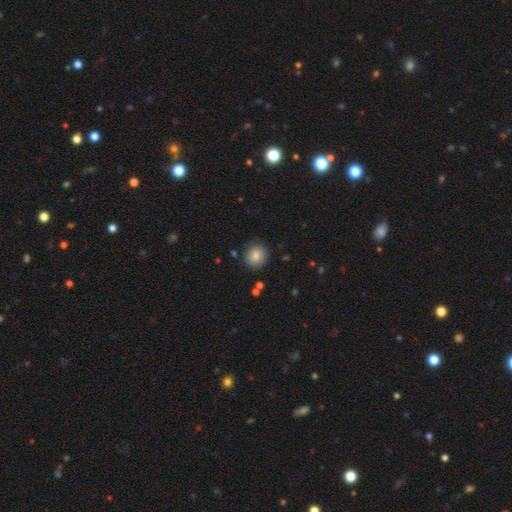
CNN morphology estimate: Smooth or featured?
  - smooth: 83% *
  - star or artifact: 9%
  - featured or disk: 9%
How rounded?
  - round: 87% *
  - in between: 12%
  - cigar-shaped: 1%
Merging?
  - none: 86% *
  - minor disturbance: 10%
  - major disturbance: 3%
  - merger: 2%